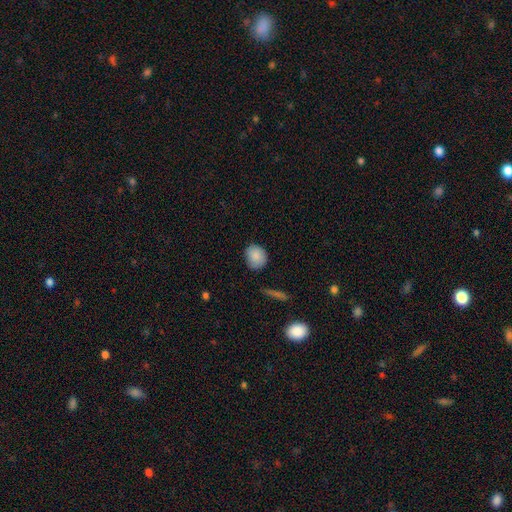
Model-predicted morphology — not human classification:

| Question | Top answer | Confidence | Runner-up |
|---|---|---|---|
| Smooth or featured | smooth | 87% | star or artifact (8%) |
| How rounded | round | 70% | in between (28%) |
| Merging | none | 77% | minor disturbance (18%) |